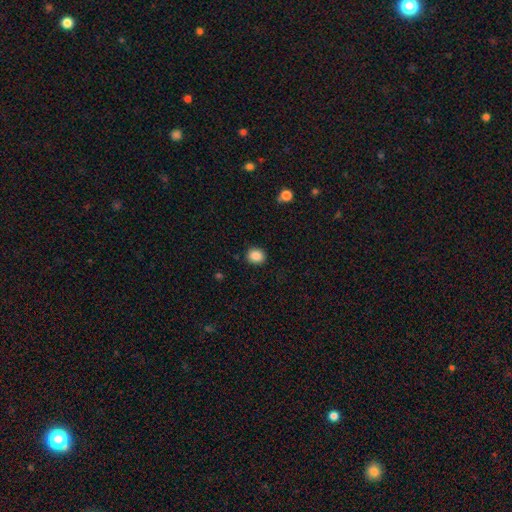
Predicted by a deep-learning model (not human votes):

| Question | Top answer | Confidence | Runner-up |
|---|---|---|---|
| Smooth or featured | smooth | 87% | star or artifact (9%) |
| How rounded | round | 70% | in between (29%) |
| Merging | none | 89% | minor disturbance (7%) |